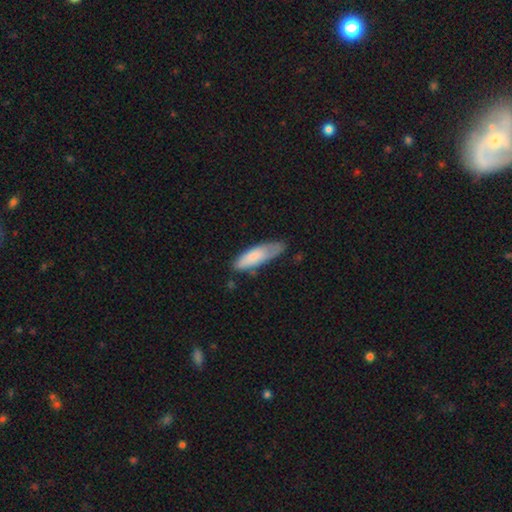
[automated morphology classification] This appears to be a smooth galaxy with no disk features (80%) that is in between round and cigar-shaped (51%). Merging: none (54%).